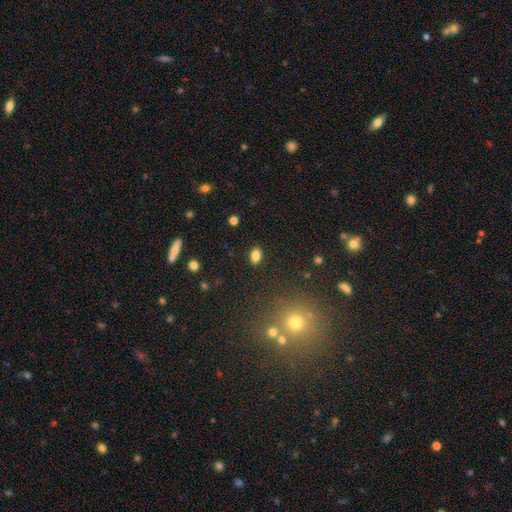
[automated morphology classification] This appears to be a smooth galaxy with no disk features (84%) that is in between round and cigar-shaped (84%). Merging: none (89%).